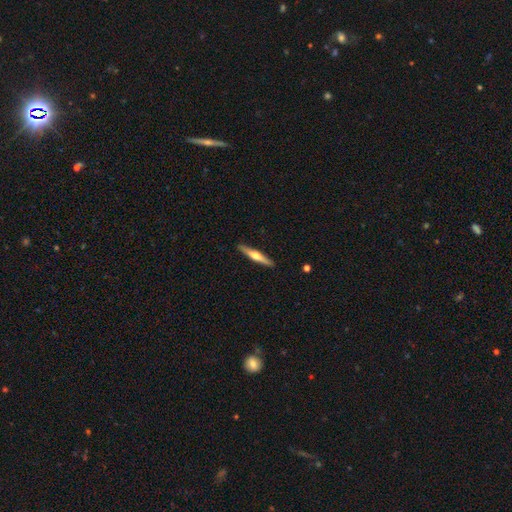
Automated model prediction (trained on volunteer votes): Q: Smooth or featured?
A: featured or disk (62%); runner-up: smooth (33%)
Q: Edge-on disk?
A: yes (97%); runner-up: no (3%)
Q: Edge-on bulge?
A: rounded (92%); runner-up: none (5%)
Q: Merging?
A: none (91%); runner-up: minor disturbance (6%)